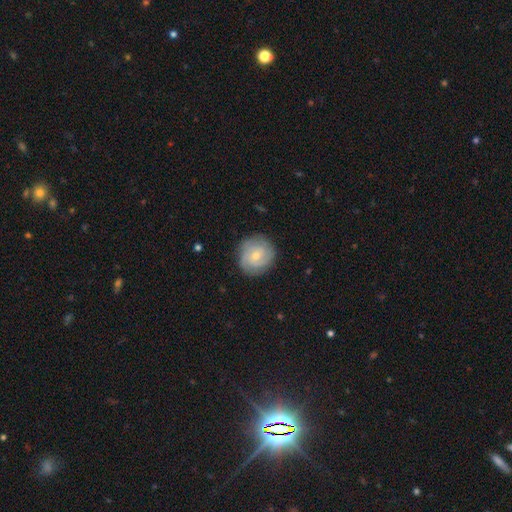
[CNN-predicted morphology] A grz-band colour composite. It shows a featured or disk galaxy (62%) with no bar (68%), tight (64%) spiral arms (89%) and a small central bulge (54%). Merging: none (83%).